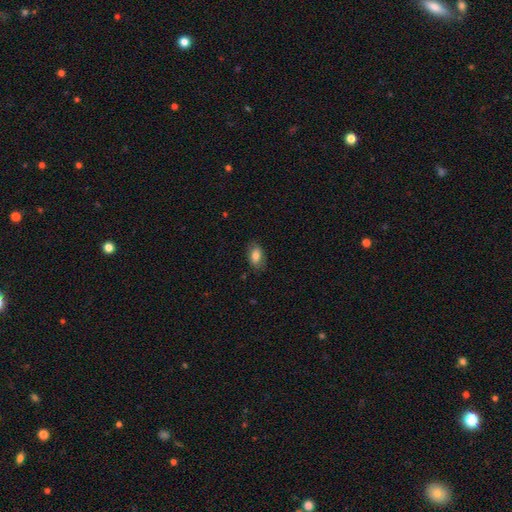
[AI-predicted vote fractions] Q: Smooth or featured?
A: smooth (78%); runner-up: featured or disk (14%)
Q: How rounded?
A: in between (90%); runner-up: round (7%)
Q: Merging?
A: none (78%); runner-up: minor disturbance (16%)